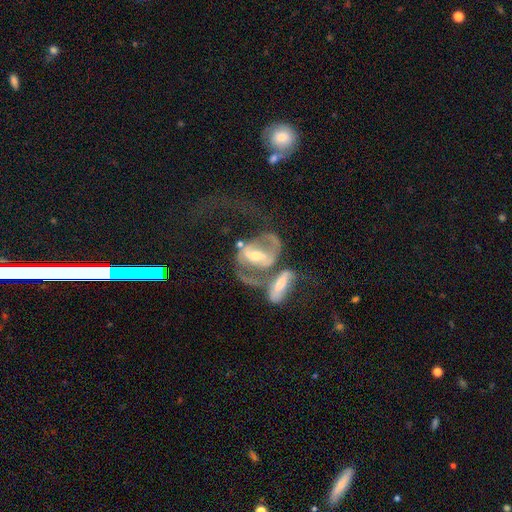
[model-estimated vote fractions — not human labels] The model was most divided on "spiral winding": medium: 41%, loose: 38%, tight: 21%. Remaining: edge-on disk — no (94%); smooth or featured — featured or disk (78%); spiral arms — yes (73%); spiral arm count — 2 (69%); bulge size — moderate (54%); merging — merger (50%); bar — strong (42%).